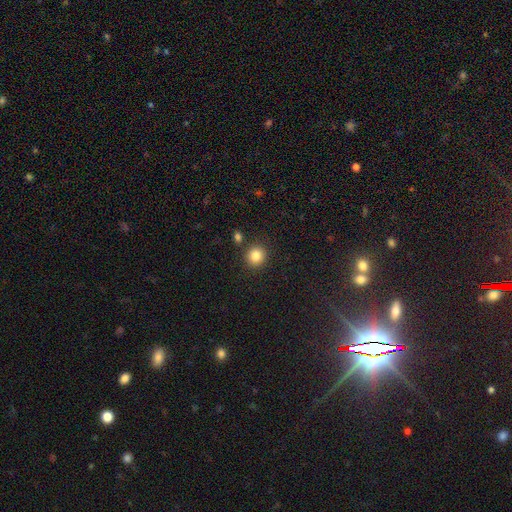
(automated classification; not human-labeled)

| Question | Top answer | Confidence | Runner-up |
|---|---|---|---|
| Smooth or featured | smooth | 85% | star or artifact (10%) |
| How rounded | round | 90% | in between (9%) |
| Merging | none | 87% | minor disturbance (6%) |